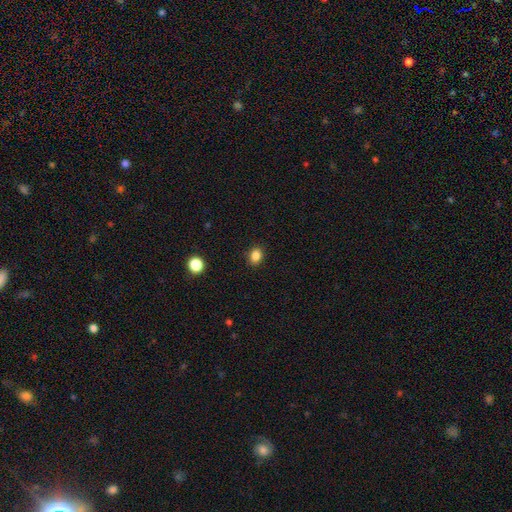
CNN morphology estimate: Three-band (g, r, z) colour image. It shows a smooth galaxy with no disk features (84%) that is in between round and cigar-shaped (54%). Merging: none (89%).